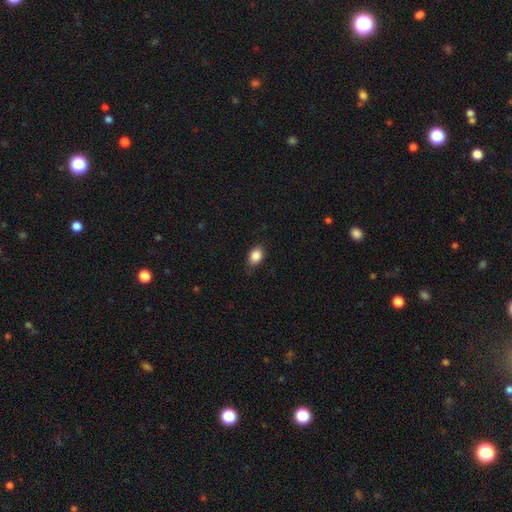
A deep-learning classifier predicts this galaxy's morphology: This appears to be a smooth galaxy with no disk features (86%) that is in between round and cigar-shaped (78%). Merging: none (76%).